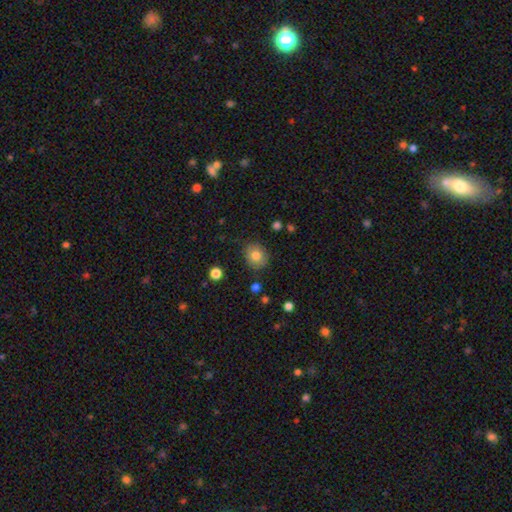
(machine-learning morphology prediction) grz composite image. It shows a smooth galaxy with no disk features (78%) that is round (71%). Merging: none (84%).